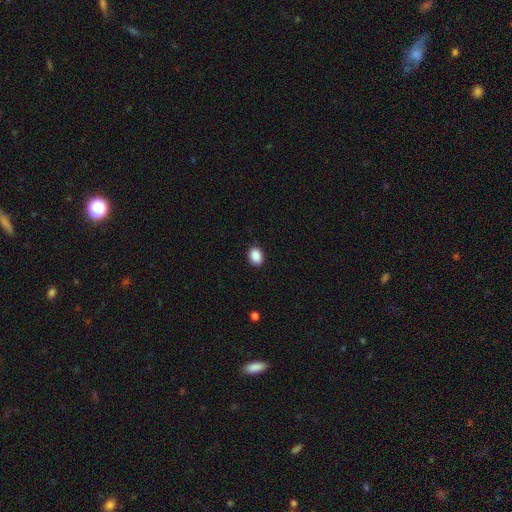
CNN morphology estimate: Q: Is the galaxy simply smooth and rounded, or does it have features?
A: smooth — 89%.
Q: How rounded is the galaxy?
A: in between — 62%.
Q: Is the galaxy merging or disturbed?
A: none — 89%.